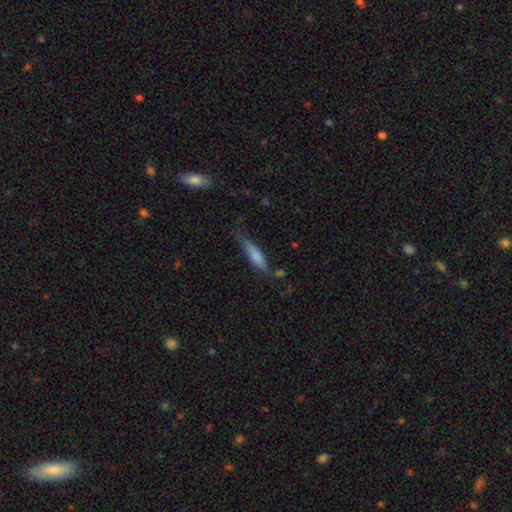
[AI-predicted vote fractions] smooth-or-featured: smooth: 65% | featured or disk: 29% | star or artifact: 6%
  how-rounded: cigar-shaped: 77% | in between: 21% | round: 2%
  merging: none: 57% | minor disturbance: 29% | major disturbance: 8% | merger: 5%